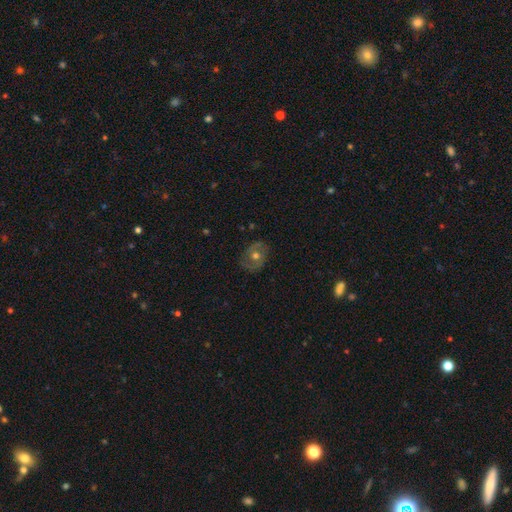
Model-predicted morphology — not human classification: Smooth or featured? featured or disk (57%)
Edge-on disk? no (95%)
Bar? no (77%)
Spiral arms? yes (52%)
Bulge size? moderate (77%)
Merging? none (80%)